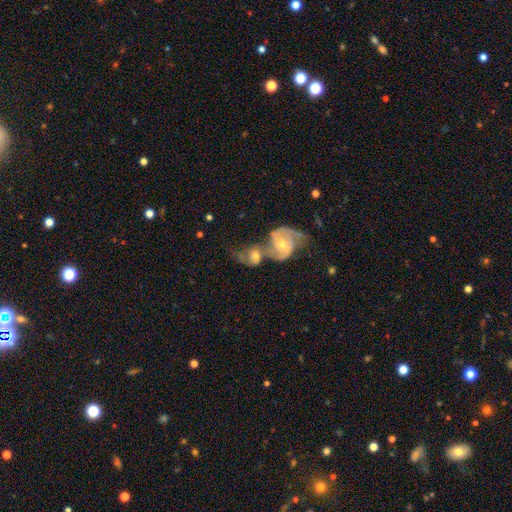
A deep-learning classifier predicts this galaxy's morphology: smooth-or-featured: featured or disk: 76% | smooth: 16% | star or artifact: 7%
  disk-edge-on: no: 97% | yes: 3%
    bar: no: 61% | weak: 31% | strong: 8%
    has-spiral-arms: yes: 93% | no: 7%
      spiral-winding: medium: 47% | tight: 32% | loose: 21%
      spiral-arm-count: 2: 78% | can't tell: 10% | 3: 5% | 1: 5% | 4: 2% | more than 4: 2%
    bulge-size: moderate: 50% | small: 45% | large: 2% | none: 1% | dominant: 1%
  merging: merger: 59% | none: 24% | minor disturbance: 10% | major disturbance: 8%